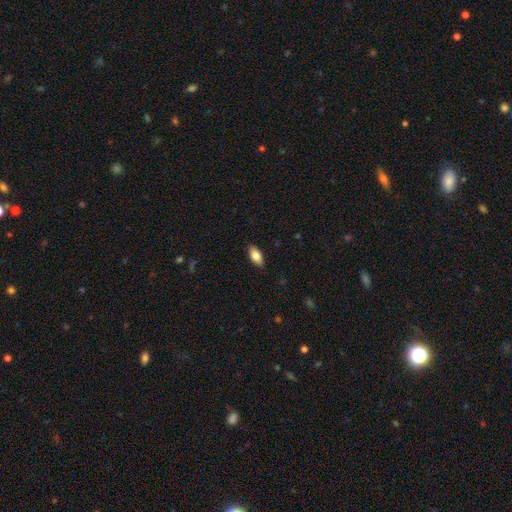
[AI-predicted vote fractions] A smooth galaxy with no disk features (81%) that is in between round and cigar-shaped (88%).

Vote fractions:
- Smooth or featured? smooth: 81% / featured or disk: 12% / star or artifact: 7%
- How rounded? in between: 88% / cigar-shaped: 9% / round: 3%
- Merging? none: 87% / minor disturbance: 10% / major disturbance: 2% / merger: 1%